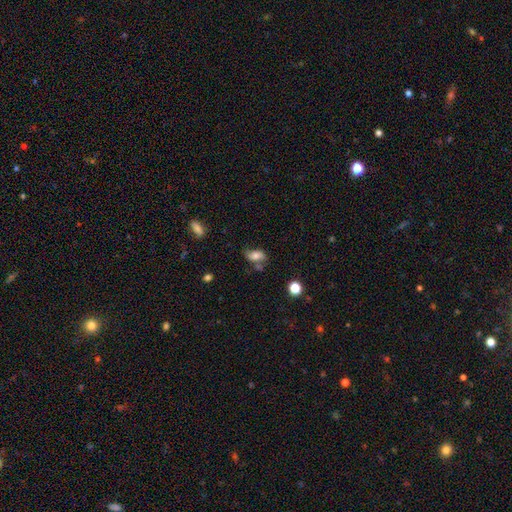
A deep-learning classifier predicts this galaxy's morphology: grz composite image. It shows a smooth galaxy with no disk features (66%) that is in between round and cigar-shaped (88%). Merging: none (49%).